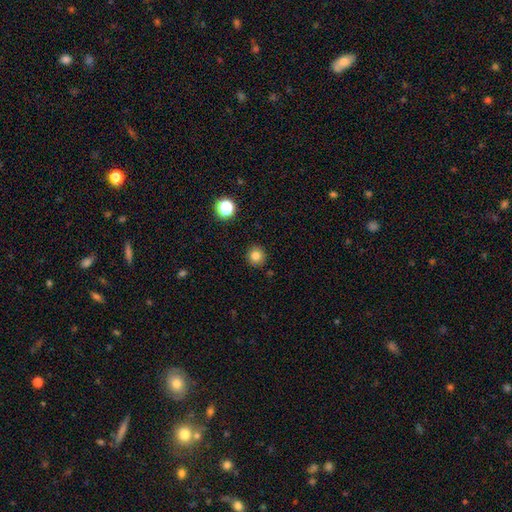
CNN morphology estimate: Smooth or featured? smooth (81%)
How rounded? round (93%)
Merging? none (90%)